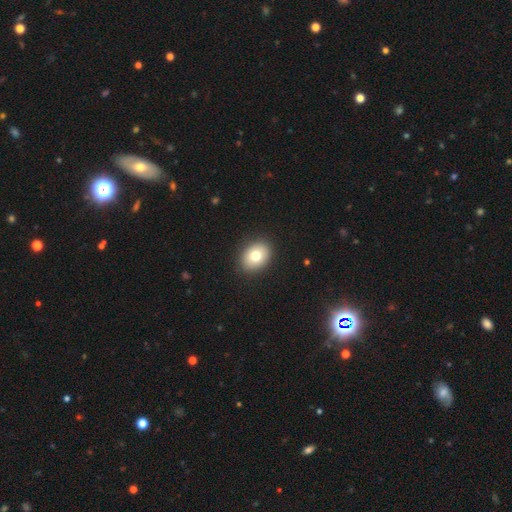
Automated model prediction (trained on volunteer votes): Smooth or featured? smooth (78%)
How rounded? in between (61%)
Merging? none (90%)